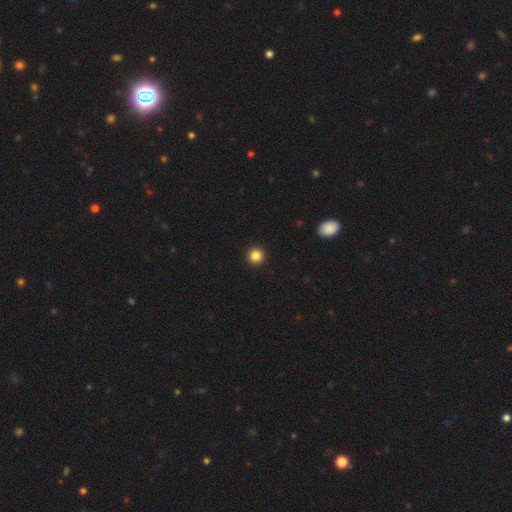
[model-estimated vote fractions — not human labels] smooth 85%, star or artifact 11%, featured or disk 4%. Down the decision tree: how rounded — round (96%); merging — none (94%).